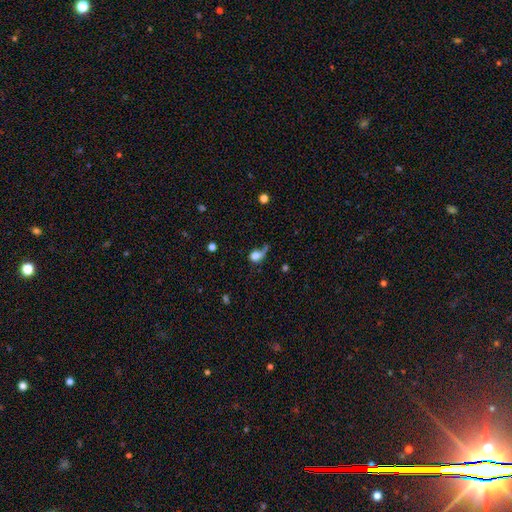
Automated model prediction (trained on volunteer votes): Smooth or featured? smooth (67%)
How rounded? round (52%)
Merging? major disturbance (37%)